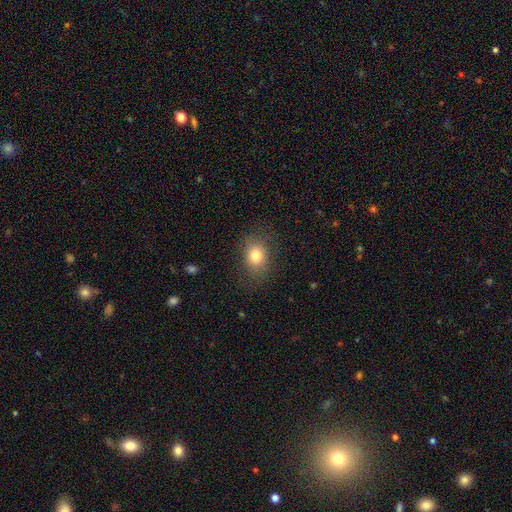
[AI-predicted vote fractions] Overall: smooth (79%). How rounded: in between (59%; round 40%). Merging: none (78%).